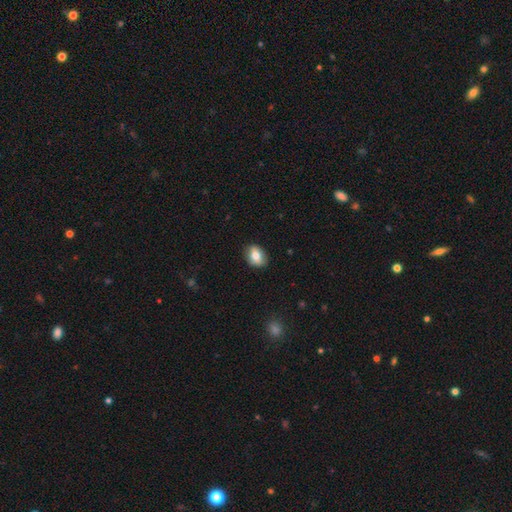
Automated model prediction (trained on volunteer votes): Smooth or featured? smooth (73%)
How rounded? in between (72%)
Merging? none (84%)